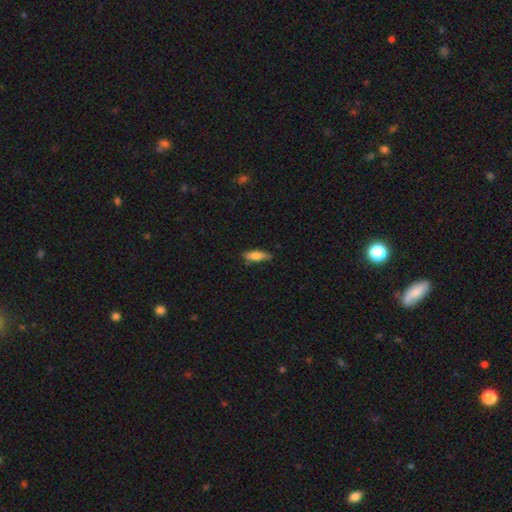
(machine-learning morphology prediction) This appears to be a smooth galaxy with no disk features (71%) that is in between round and cigar-shaped (51%). Merging: none (79%).